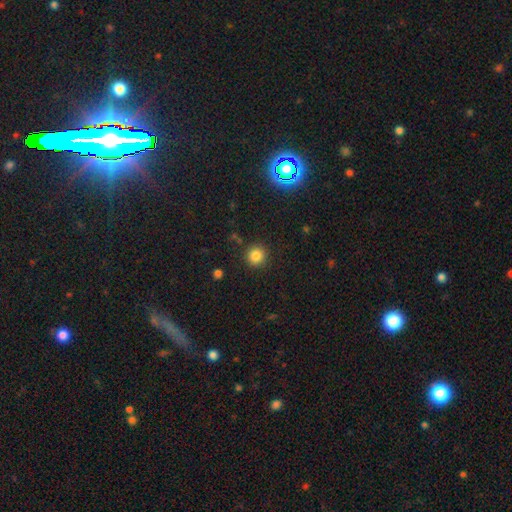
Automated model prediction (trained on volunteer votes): Smooth or featured? Predicted: smooth (p=0.83). How rounded? Predicted: round (p=0.93). Merging? Predicted: none (p=0.90).